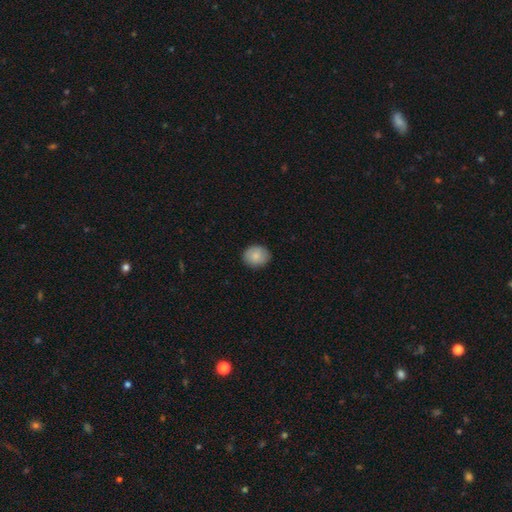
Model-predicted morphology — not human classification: smooth-or-featured: smooth: 85% | featured or disk: 8% | star or artifact: 7%
  how-rounded: round: 66% | in between: 33% | cigar-shaped: 1%
  merging: none: 88% | minor disturbance: 9% | major disturbance: 2% | merger: 1%